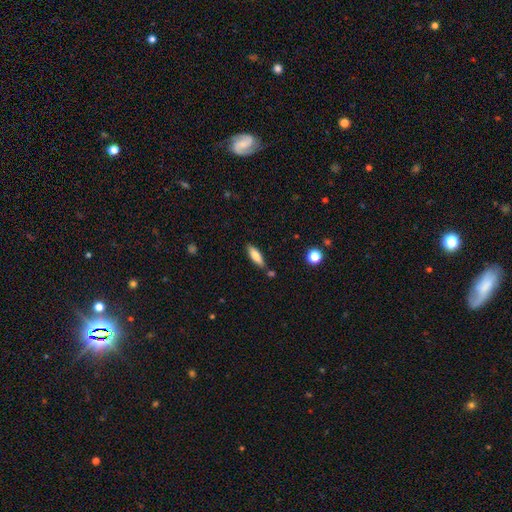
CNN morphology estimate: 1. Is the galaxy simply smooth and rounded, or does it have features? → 78% smooth, 16% featured or disk, 7% star or artifact.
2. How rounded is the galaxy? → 56% cigar-shaped, 43% in between, 2% round.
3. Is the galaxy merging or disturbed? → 79% none, 13% minor disturbance, 6% merger, 3% major disturbance.